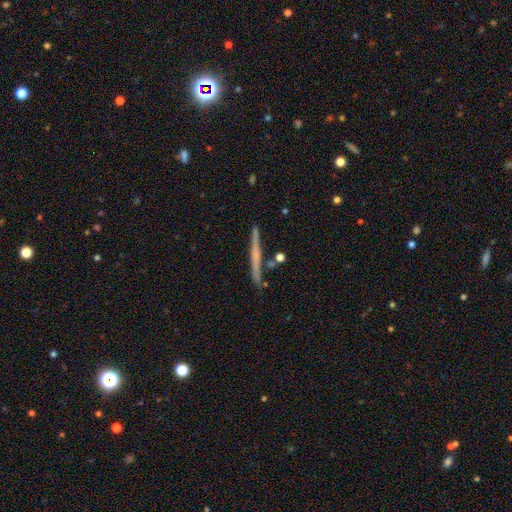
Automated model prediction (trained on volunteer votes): This appears to be a featured or disk galaxy (54%) viewed edge-on (97%) with no central bulge (75%). Merging: none (87%).